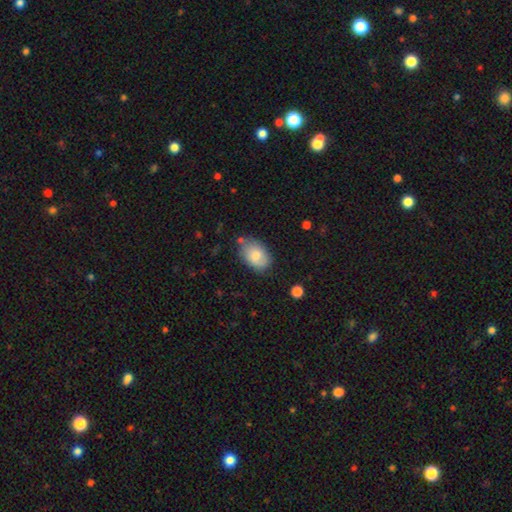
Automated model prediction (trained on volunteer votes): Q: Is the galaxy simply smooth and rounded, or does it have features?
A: smooth — 74%.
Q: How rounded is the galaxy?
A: in between — 88%.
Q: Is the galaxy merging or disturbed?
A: none — 67%.